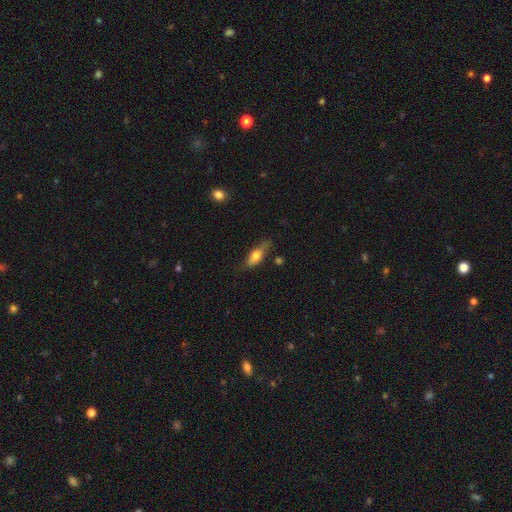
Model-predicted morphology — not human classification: smooth 66%, featured or disk 27%, star or artifact 7%. Down the decision tree: how rounded — in between (63%); merging — none (65%).